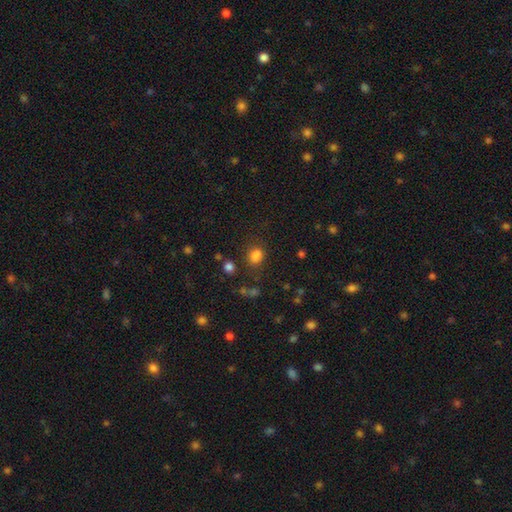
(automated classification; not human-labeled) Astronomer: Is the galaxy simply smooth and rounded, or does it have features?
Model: smooth — 79%.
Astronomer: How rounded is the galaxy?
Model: in between — 52% (runner-up: round, 47%).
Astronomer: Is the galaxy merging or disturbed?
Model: none — 69%.